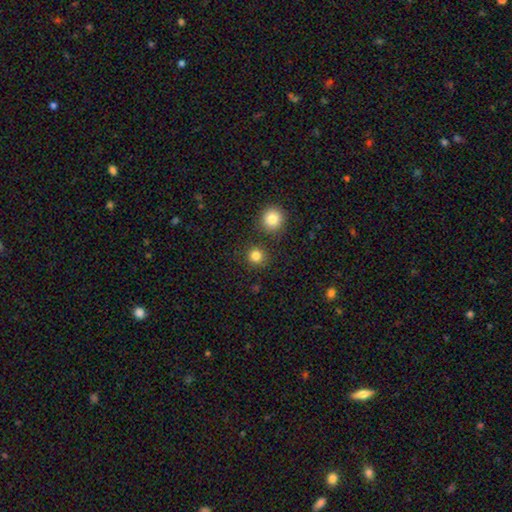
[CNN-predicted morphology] type=smooth (83%); roundness=round (92%); merging=none (85%).